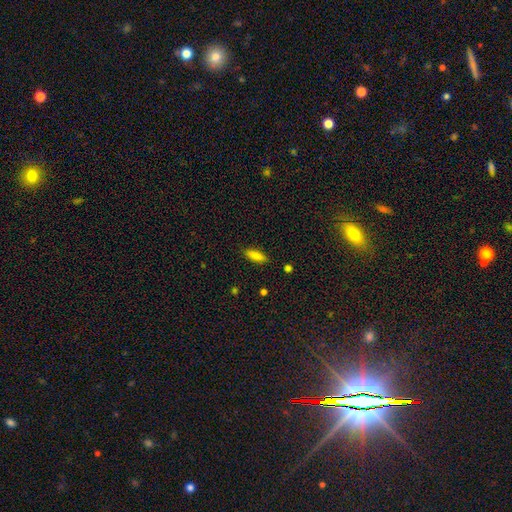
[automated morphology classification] Smooth or featured: smooth — 81% (featured or disk — 11%)
How rounded: in between — 53% (cigar-shaped — 45%)
Merging: none — 87% (minor disturbance — 10%)